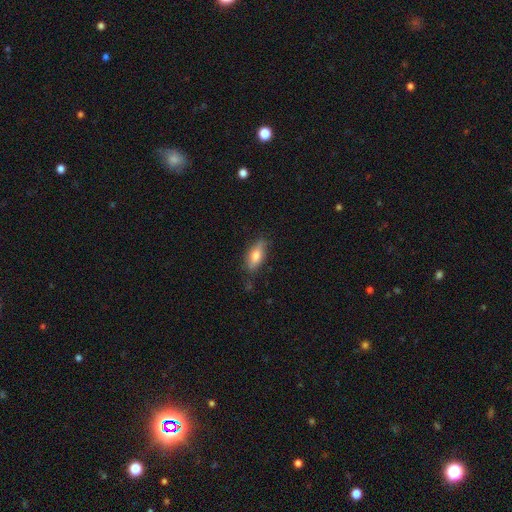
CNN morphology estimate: A smooth galaxy with no disk features (65%) that is in between round and cigar-shaped (70%). Merging: none (77%).